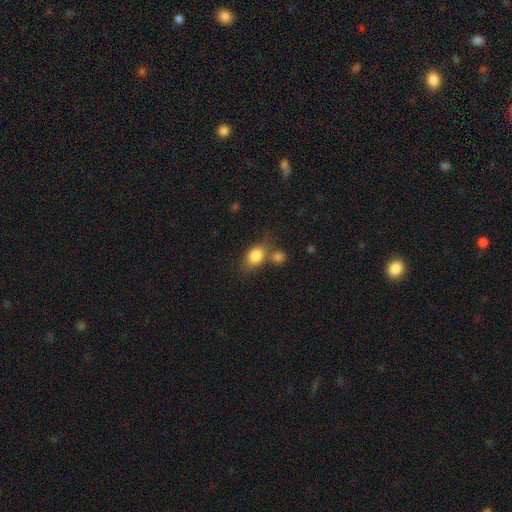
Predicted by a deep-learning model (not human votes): This is clearly a smooth galaxy (83%). How rounded: likely in between (68%). Merging: possibly none (49%).